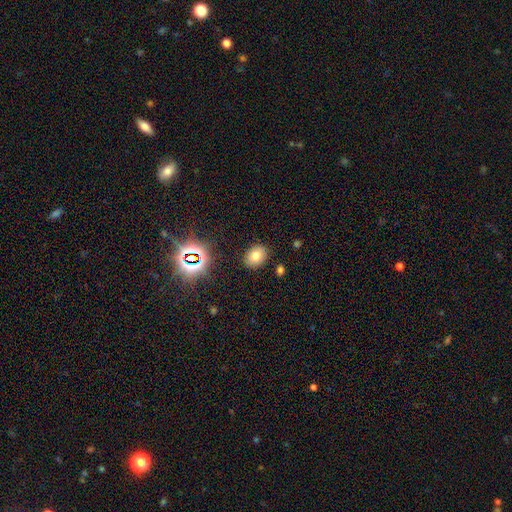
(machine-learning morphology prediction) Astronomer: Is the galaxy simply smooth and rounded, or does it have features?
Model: smooth — 74%.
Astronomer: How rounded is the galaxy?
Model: in between — 63%.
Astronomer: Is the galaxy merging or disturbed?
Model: none — 86%.